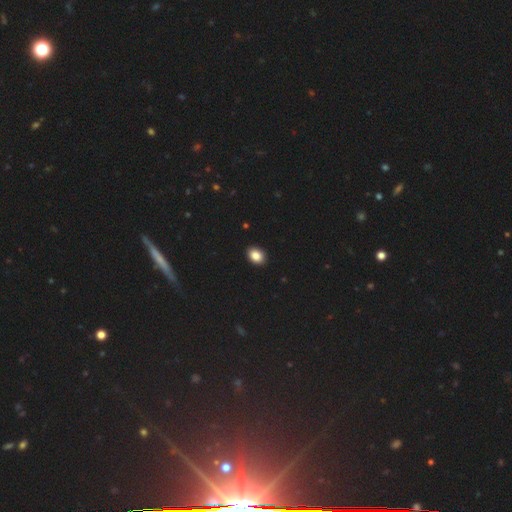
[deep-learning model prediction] Smooth or featured? Predicted: smooth (p=0.87). How rounded? Predicted: in between (p=0.71). Merging? Predicted: none (p=0.91).